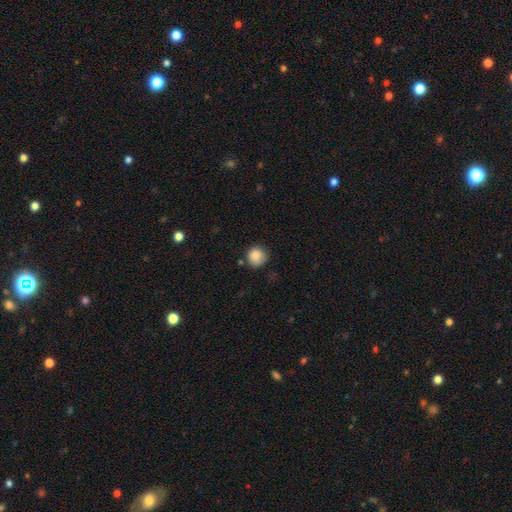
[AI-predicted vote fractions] This is clearly a smooth galaxy (86%). How rounded: clearly round (89%). Merging: likely none (71%).